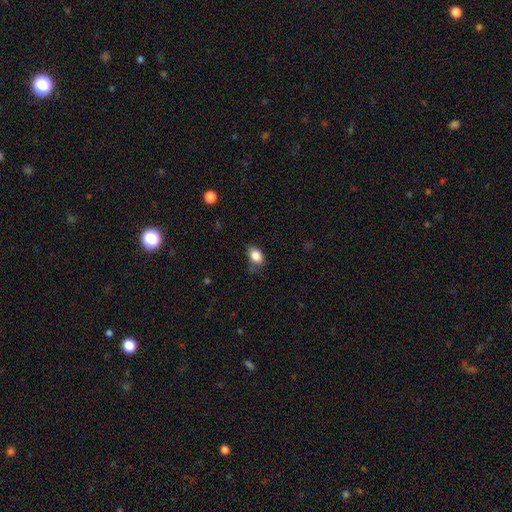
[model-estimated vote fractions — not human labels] This appears to be a smooth galaxy with no disk features (85%) that is in between round and cigar-shaped (73%). Merging: none (69%).